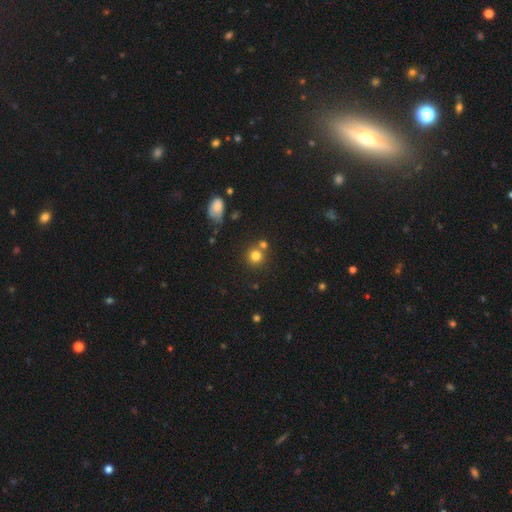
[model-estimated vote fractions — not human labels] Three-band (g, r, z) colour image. It shows a smooth galaxy with no disk features (78%) that is round (91%). Merging: none (68%).